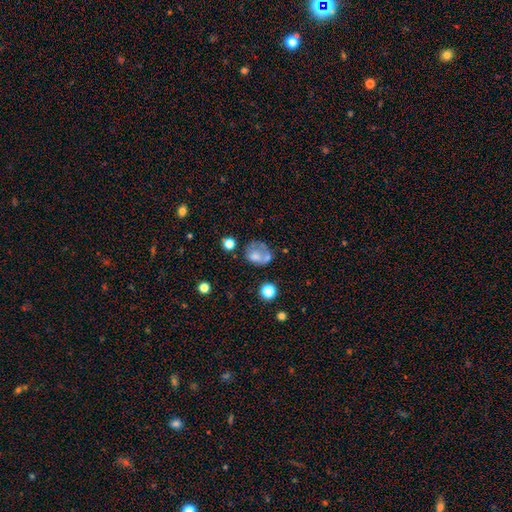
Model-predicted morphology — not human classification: Q: Smooth or featured?
A: smooth (57%); runner-up: featured or disk (30%)
Q: How rounded?
A: round (59%); runner-up: in between (40%)
Q: Merging?
A: none (35%); runner-up: merger (24%)